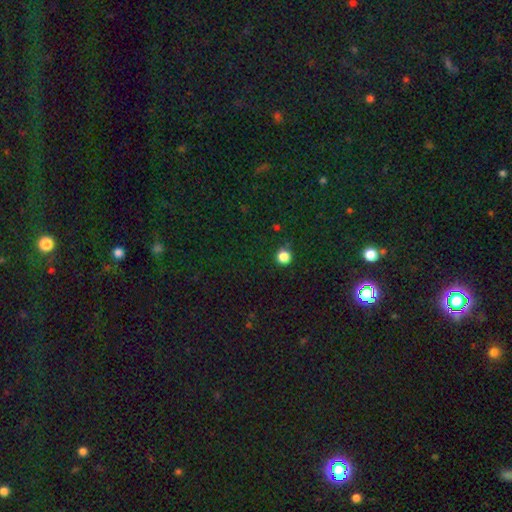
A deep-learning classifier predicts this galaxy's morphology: A star or artifact, not a galaxy (69%).

Vote fractions:
- Smooth or featured? star or artifact: 69% / smooth: 24% / featured or disk: 7%